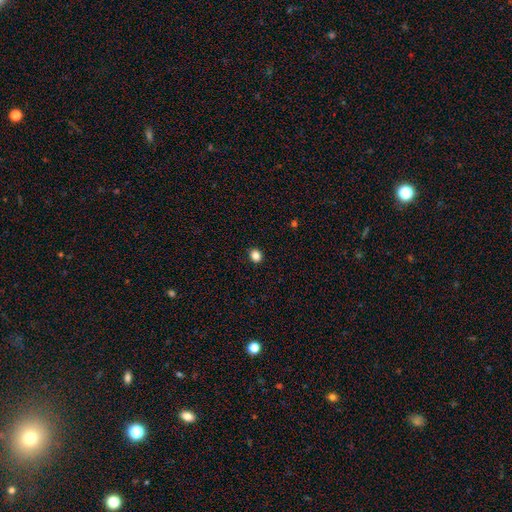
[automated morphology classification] smooth-or-featured: smooth: 85% | star or artifact: 11% | featured or disk: 4%
  how-rounded: round: 66% | in between: 34% | cigar-shaped: 1%
  merging: none: 91% | minor disturbance: 6% | major disturbance: 2% | merger: 1%